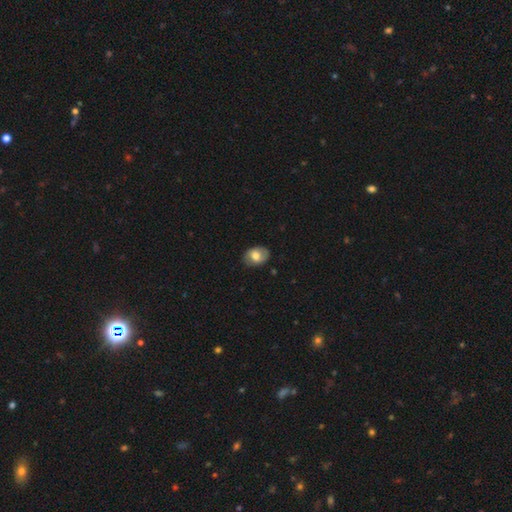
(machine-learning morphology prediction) smooth_or_featured: smooth (p=0.69) [alt: featured or disk p=0.24]
how_rounded: in between (p=0.73) [alt: round p=0.26]
merging: none (p=0.80) [alt: minor disturbance p=0.16]